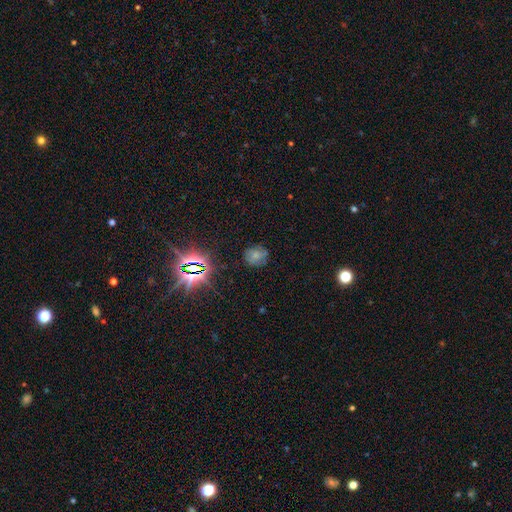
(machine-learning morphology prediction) smooth 56%, star or artifact 25%, featured or disk 19%. Down the decision tree: how rounded — round (71%); merging — none (75%).